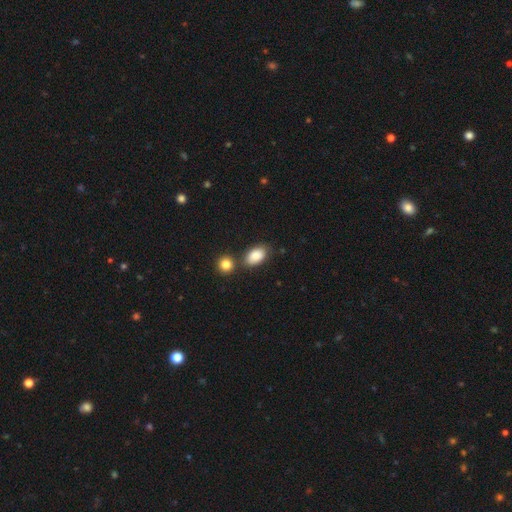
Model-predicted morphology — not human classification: This appears to be a smooth galaxy with no disk features (88%) that is in between round and cigar-shaped (91%). Merging: none (66%).